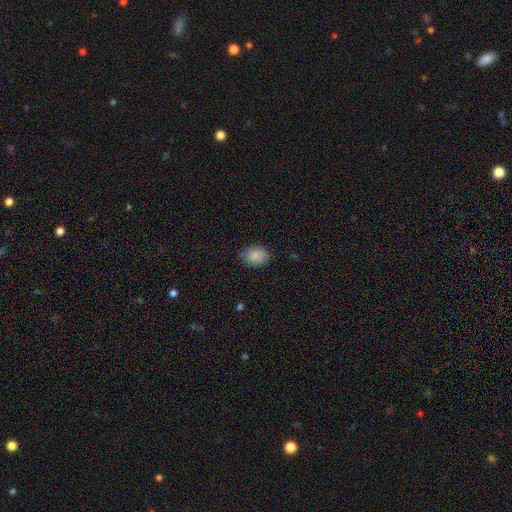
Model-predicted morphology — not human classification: Smooth or featured? Predicted: smooth (p=0.88). How rounded? Predicted: in between (p=0.55). Merging? Predicted: none (p=0.81).